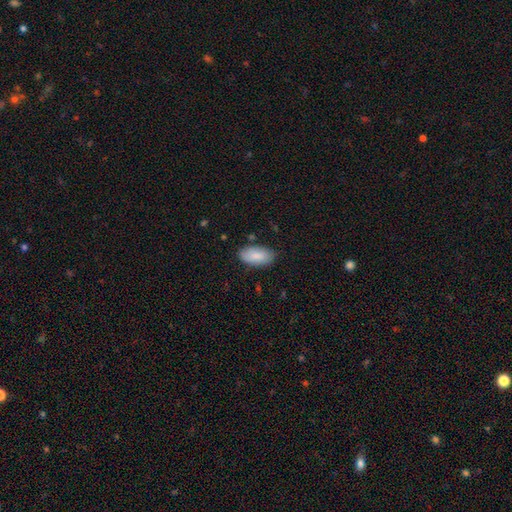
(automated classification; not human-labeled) Morphology: type=smooth (86%); roundness=in between (94%); merging=none (82%).